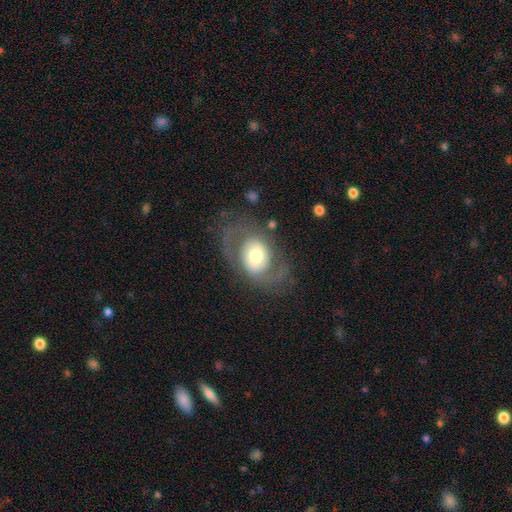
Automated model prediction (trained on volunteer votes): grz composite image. It shows a featured or disk galaxy (60%) with no bar (71%), spiral arms (55%) and a moderate central bulge (59%). Merging: none (66%).